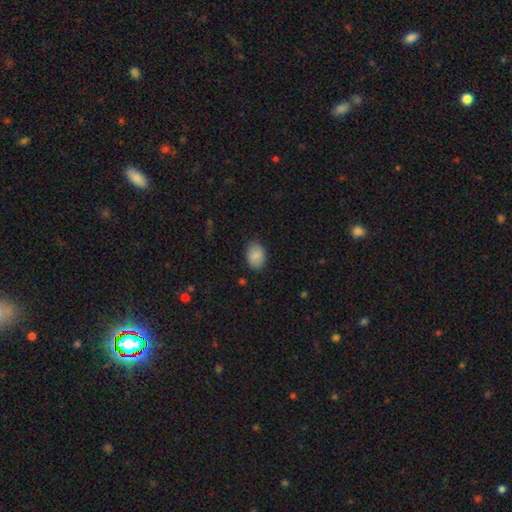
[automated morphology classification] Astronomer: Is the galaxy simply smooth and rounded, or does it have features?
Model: smooth — 88%.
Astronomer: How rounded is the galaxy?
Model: in between — 81%.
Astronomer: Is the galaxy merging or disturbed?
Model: none — 85%.